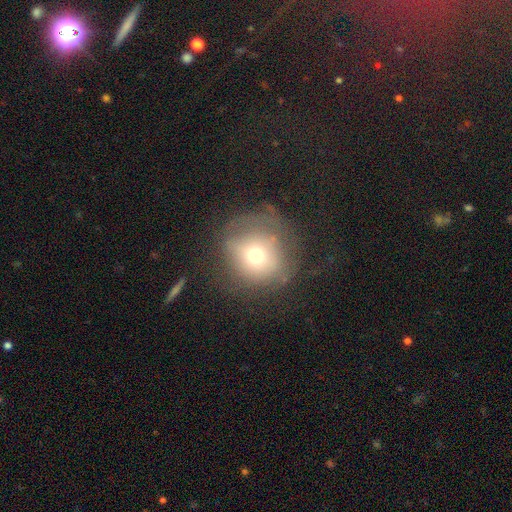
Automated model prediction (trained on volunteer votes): Smooth or featured: smooth — 63% (featured or disk — 23%)
How rounded: round — 90% (in between — 9%)
Merging: none — 54% (minor disturbance — 22%)